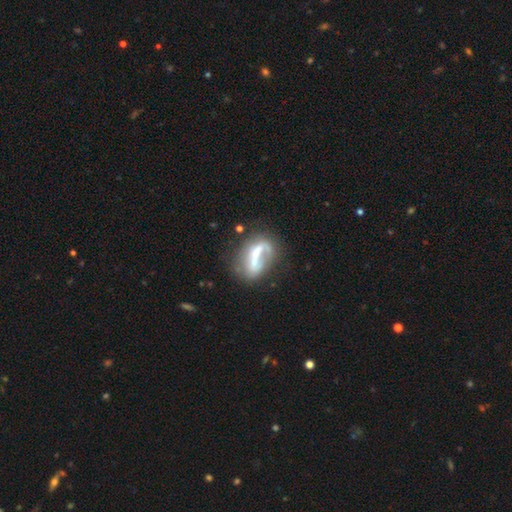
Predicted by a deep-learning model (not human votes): Smooth or featured?
  - featured or disk: 56% *
  - smooth: 35%
  - star or artifact: 9%
Edge-on disk?
  - no: 91% *
  - yes: 9%
Bar?
  - no: 38% *
  - strong: 35%
  - weak: 26%
Spiral arms?
  - no: 57% *
  - yes: 43%
Bulge size?
  - moderate: 34% *
  - small: 33%
  - none: 22%
  - large: 8%
  - dominant: 3%
Merging?
  - none: 38% *
  - major disturbance: 26%
  - minor disturbance: 20%
  - merger: 17%